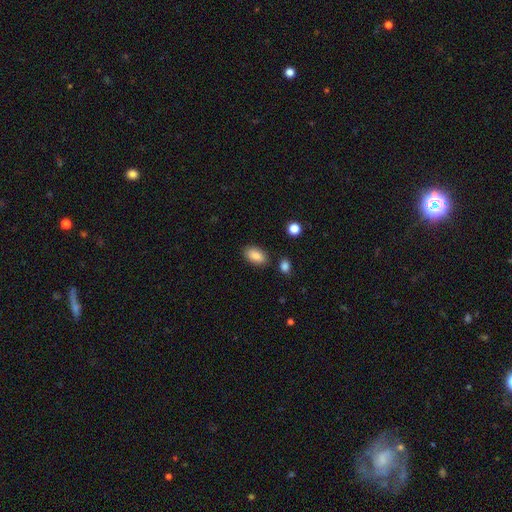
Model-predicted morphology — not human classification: smooth-or-featured: smooth: 87% | star or artifact: 7% | featured or disk: 6%
  how-rounded: in between: 92% | round: 6% | cigar-shaped: 2%
  merging: none: 83% | minor disturbance: 10% | merger: 4% | major disturbance: 3%